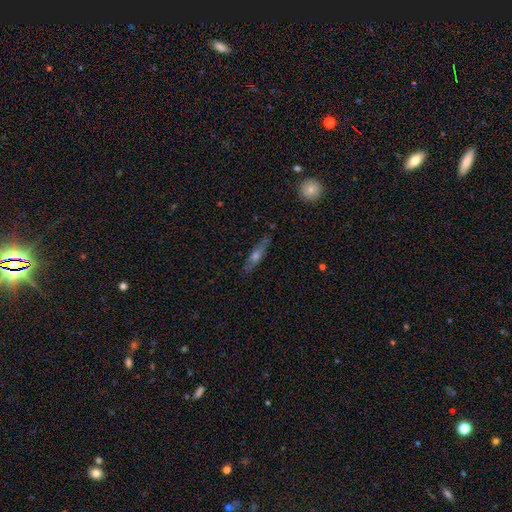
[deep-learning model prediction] Smooth or featured: featured or disk — 63% (smooth — 28%)
Edge-on disk: yes — 89% (no — 11%)
Edge-on bulge: rounded — 82% (none — 10%)
Merging: none — 83% (minor disturbance — 12%)